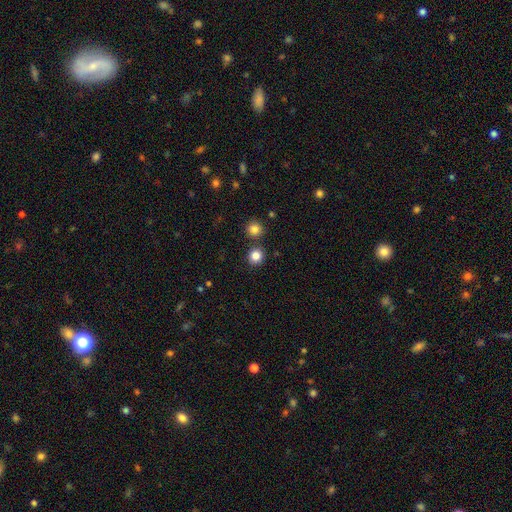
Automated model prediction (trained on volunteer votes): Smooth or featured: smooth — 83% (star or artifact — 12%)
How rounded: round — 90% (in between — 9%)
Merging: none — 83% (merger — 9%)